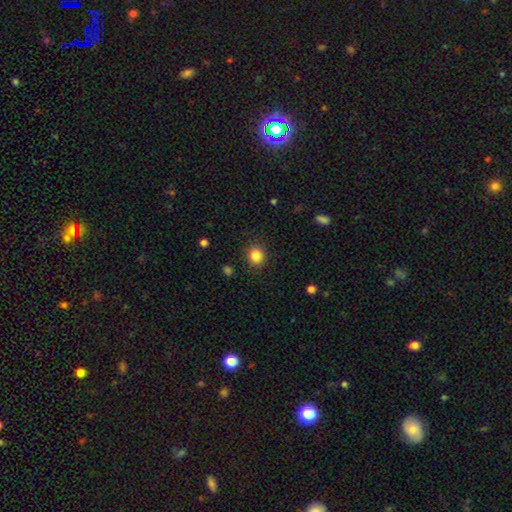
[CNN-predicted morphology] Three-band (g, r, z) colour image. It shows a smooth galaxy with no disk features (85%) that is round (79%). Merging: none (88%).